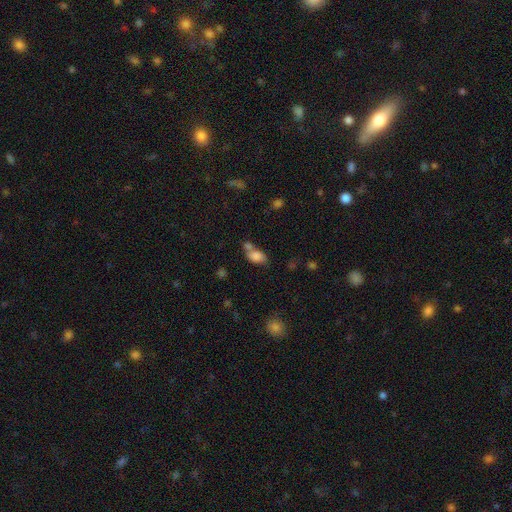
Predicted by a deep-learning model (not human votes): The model was most divided on "merging": merger: 39%, none: 38%, minor disturbance: 15%, major disturbance: 7%. More confident: how rounded — in between (85%); smooth or featured — smooth (79%).